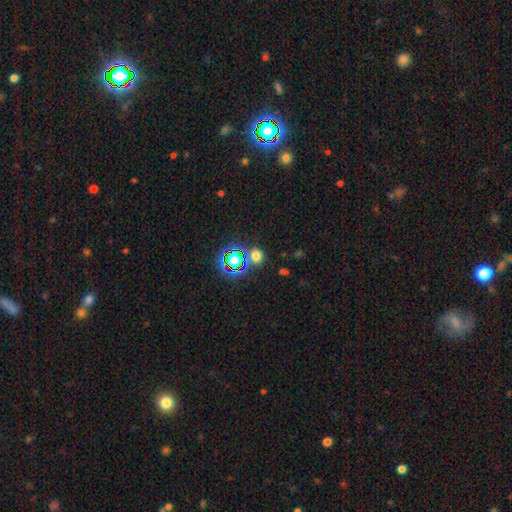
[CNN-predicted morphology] This is likely a smooth galaxy (61%). How rounded: likely round (71%). Merging: likely none (74%).